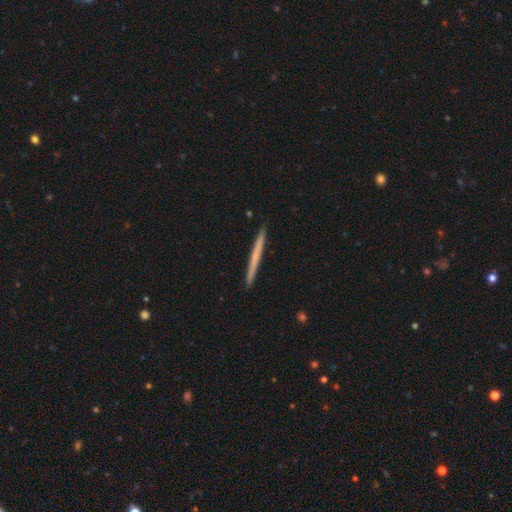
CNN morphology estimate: Smooth or featured? smooth (54%)
How rounded? cigar-shaped (97%)
Merging? none (92%)